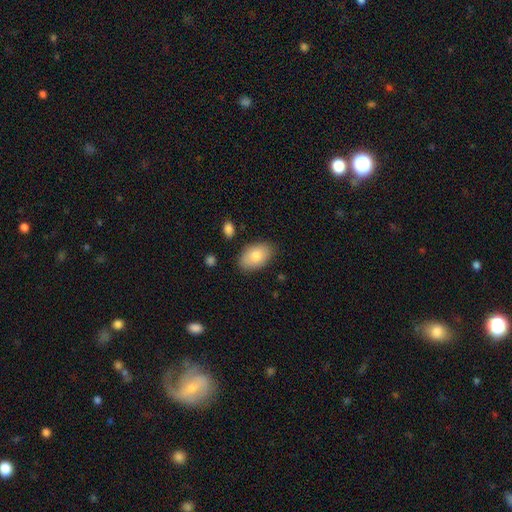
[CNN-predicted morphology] smooth 79%, featured or disk 14%, star or artifact 7%. Down the decision tree: how rounded — in between (91%); merging — none (83%).